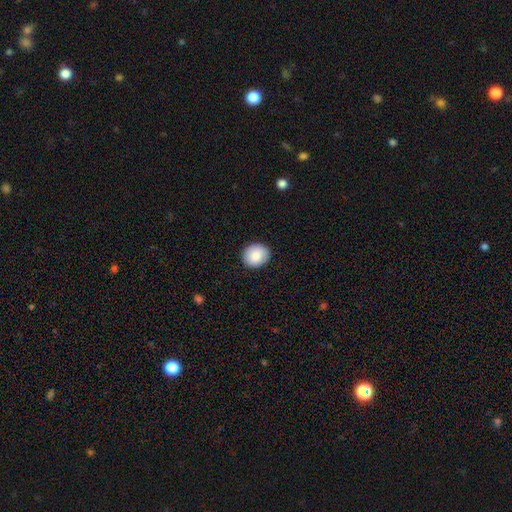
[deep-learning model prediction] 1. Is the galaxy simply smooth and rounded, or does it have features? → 85% smooth, 7% featured or disk, 7% star or artifact.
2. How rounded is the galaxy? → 74% round, 25% in between, 1% cigar-shaped.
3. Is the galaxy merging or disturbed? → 90% none, 7% minor disturbance, 2% major disturbance, 1% merger.